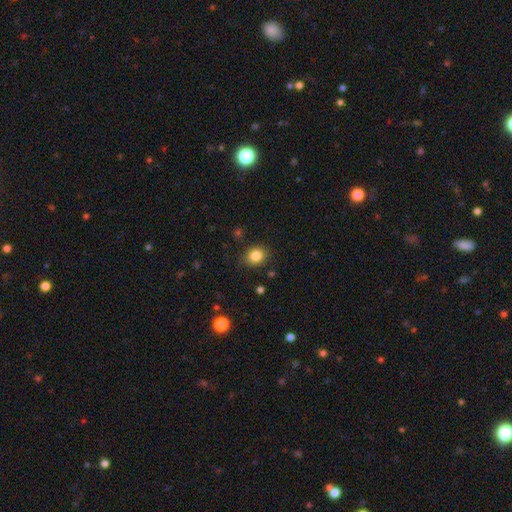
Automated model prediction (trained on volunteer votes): Morphology: type=smooth (84%); roundness=round (65%); merging=none (85%).